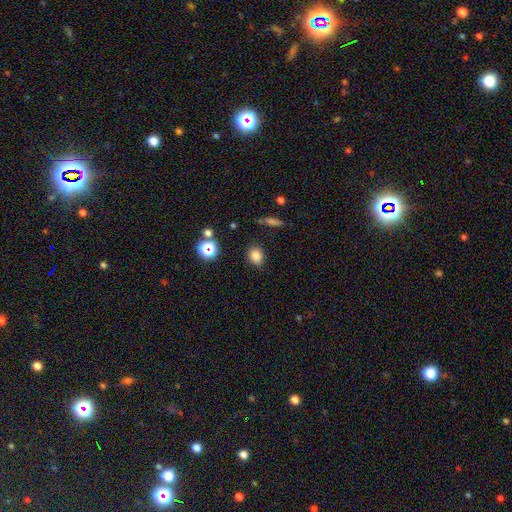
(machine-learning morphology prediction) Overall: smooth (81%). How rounded: round (54%; in between 45%). Merging: none (86%).